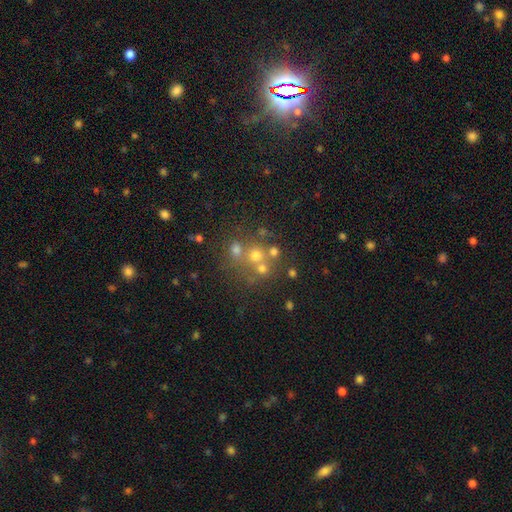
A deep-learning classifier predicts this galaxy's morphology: Q: Smooth or featured?
A: smooth (50%); runner-up: star or artifact (27%)
Q: How rounded?
A: round (84%); runner-up: in between (15%)
Q: Merging?
A: none (50%); runner-up: merger (36%)